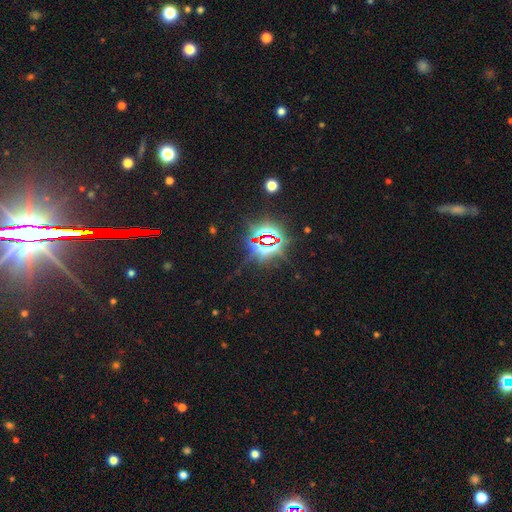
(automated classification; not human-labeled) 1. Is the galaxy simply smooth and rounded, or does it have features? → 83% star or artifact, 9% smooth, 7% featured or disk.